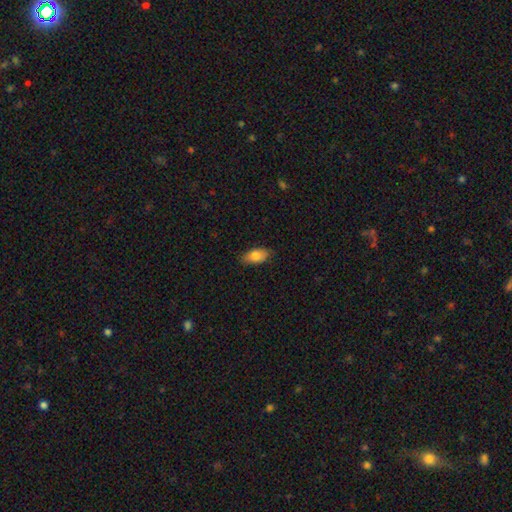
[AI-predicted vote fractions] Smooth or featured: smooth — 80% (featured or disk — 13%)
How rounded: in between — 90% (cigar-shaped — 6%)
Merging: none — 83% (minor disturbance — 13%)